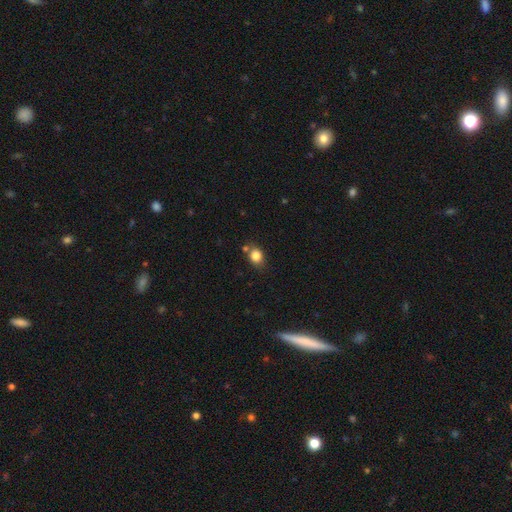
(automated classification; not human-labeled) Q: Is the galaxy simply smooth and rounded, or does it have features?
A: smooth — 83%.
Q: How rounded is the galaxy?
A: round — 55%.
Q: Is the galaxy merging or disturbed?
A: none — 68%.